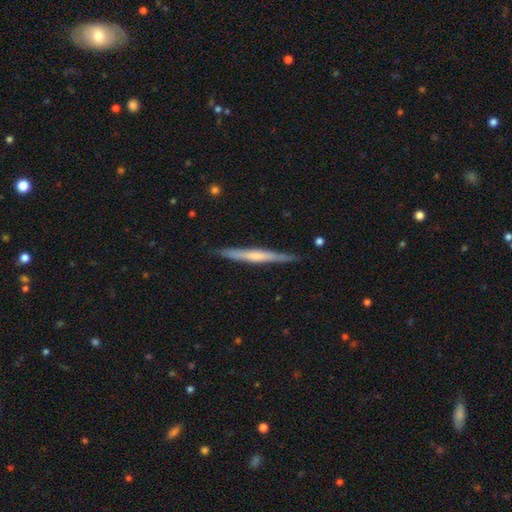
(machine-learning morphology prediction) A featured or disk galaxy (57%) viewed edge-on (97%) with no central bulge (52%). Merging: none (88%).